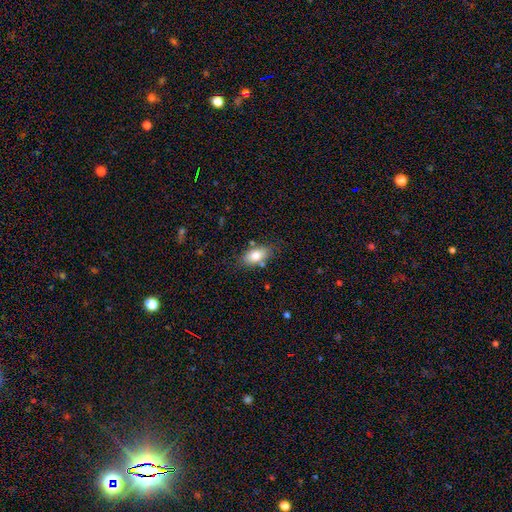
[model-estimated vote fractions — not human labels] Q: Smooth or featured?
A: smooth (81%); runner-up: featured or disk (12%)
Q: How rounded?
A: in between (89%); runner-up: round (6%)
Q: Merging?
A: none (76%); runner-up: minor disturbance (15%)